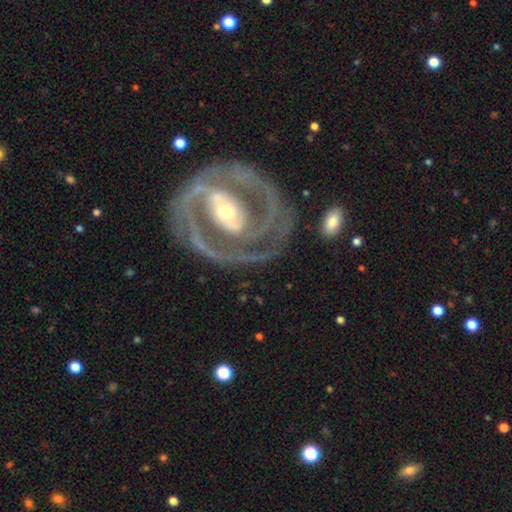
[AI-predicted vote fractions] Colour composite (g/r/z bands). It shows a featured or disk galaxy (89%) with a strong bar (47%), 2 (70%) tight (61%) spiral arms (89%) and a small central bulge (49%). Merging: none (72%).